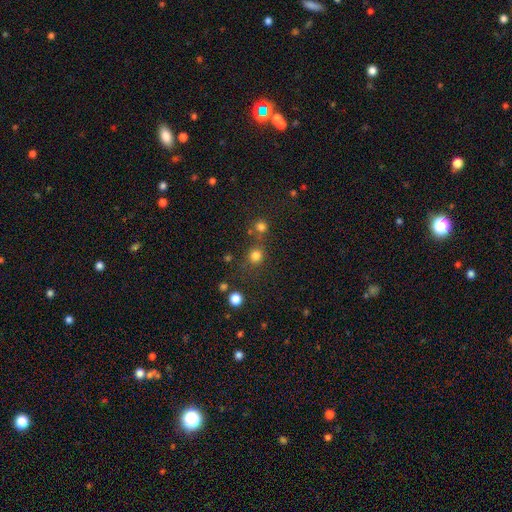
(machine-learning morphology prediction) Smooth or featured? smooth (78%)
How rounded? round (90%)
Merging? none (74%)